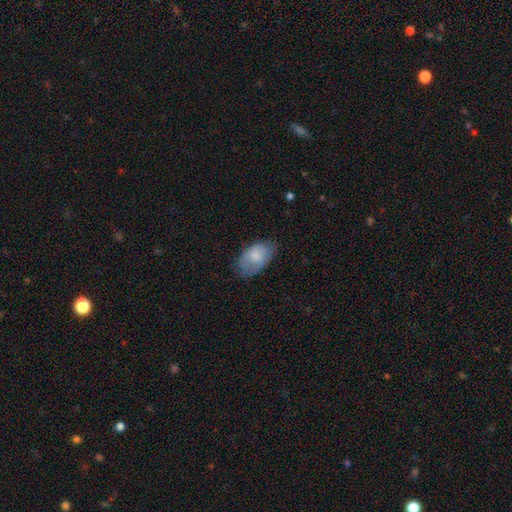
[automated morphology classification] Smooth or featured: smooth — 75% (featured or disk — 19%)
How rounded: in between — 93% (round — 5%)
Merging: none — 62% (minor disturbance — 29%)